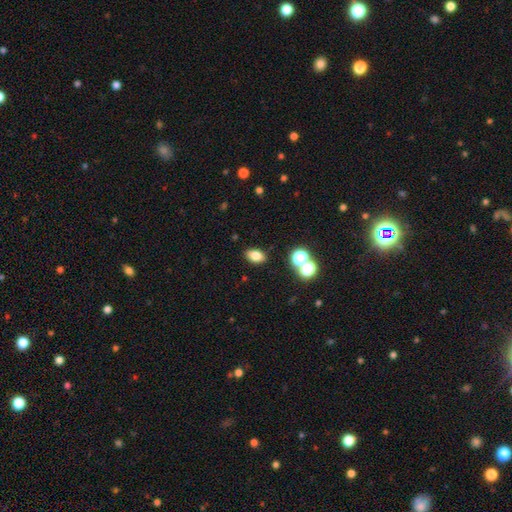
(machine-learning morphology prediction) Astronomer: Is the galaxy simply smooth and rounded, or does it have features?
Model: smooth — 78%.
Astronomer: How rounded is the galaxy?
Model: in between — 85%.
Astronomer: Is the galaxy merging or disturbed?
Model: none — 86%.